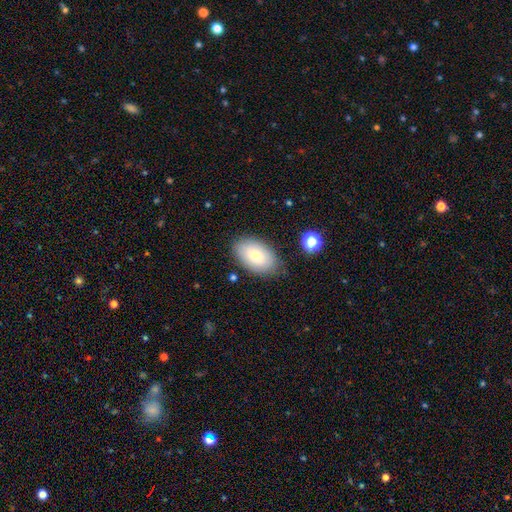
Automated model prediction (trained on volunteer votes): Morphology: type=smooth (76%); roundness=in between (93%); merging=none (81%).